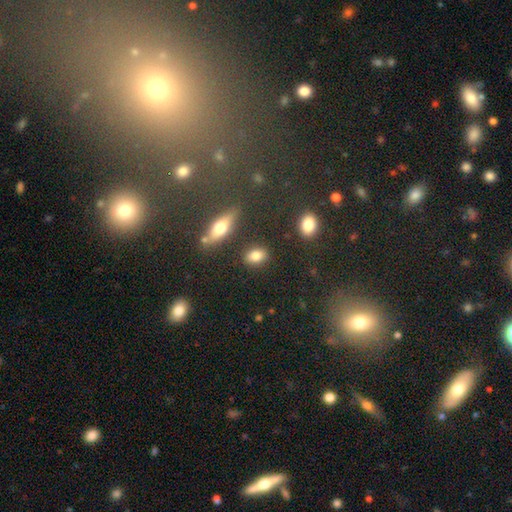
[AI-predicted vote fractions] Q: Smooth or featured?
A: smooth (82%); runner-up: featured or disk (9%)
Q: How rounded?
A: in between (74%); runner-up: round (22%)
Q: Merging?
A: none (84%); runner-up: minor disturbance (9%)